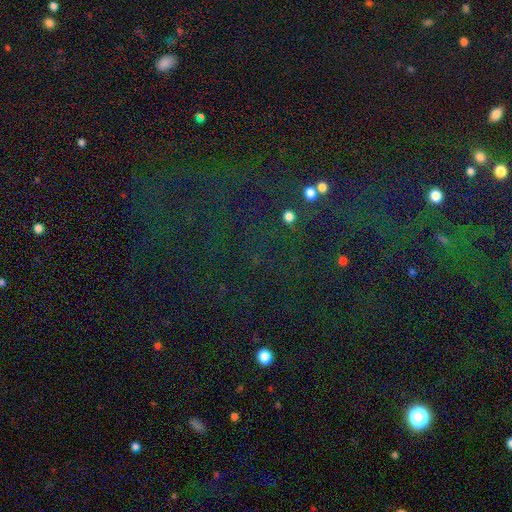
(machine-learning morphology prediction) The model was most divided on "smooth or featured": star or artifact: 76%, smooth: 15%, featured or disk: 10%.